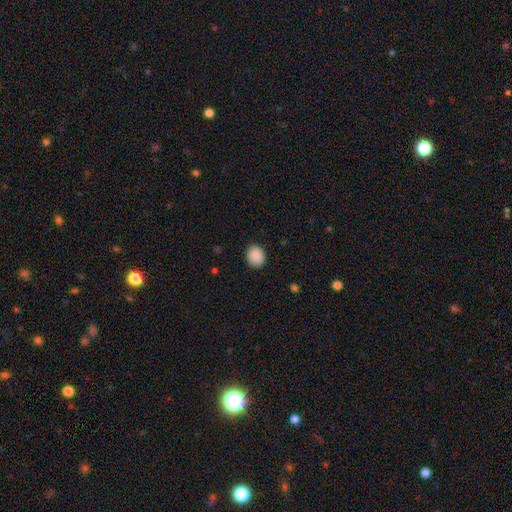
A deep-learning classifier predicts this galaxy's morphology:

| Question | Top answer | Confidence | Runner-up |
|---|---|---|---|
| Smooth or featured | smooth | 90% | star or artifact (8%) |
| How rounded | round | 56% | in between (44%) |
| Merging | none | 87% | minor disturbance (10%) |